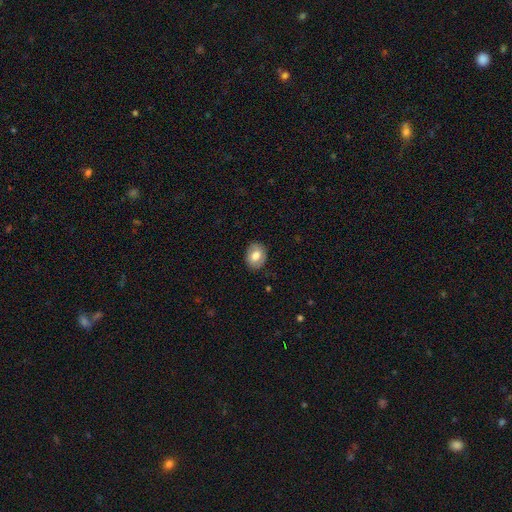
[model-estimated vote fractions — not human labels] Smooth or featured?
  - smooth: 75% *
  - featured or disk: 17%
  - star or artifact: 7%
How rounded?
  - in between: 57% *
  - round: 42%
  - cigar-shaped: 1%
Merging?
  - none: 86% *
  - minor disturbance: 10%
  - major disturbance: 2%
  - merger: 1%